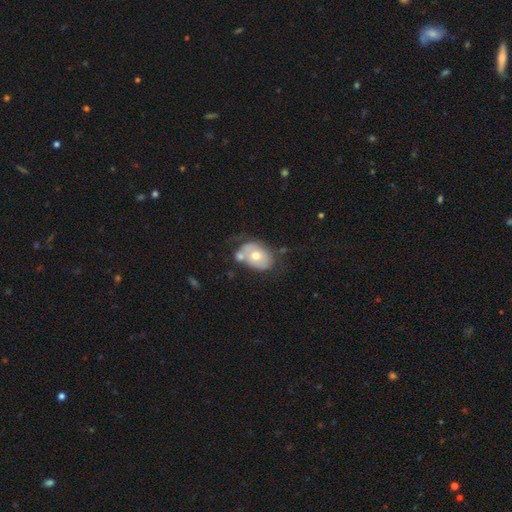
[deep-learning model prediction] Morphology: type=smooth (56%); roundness=in between (72%); merging=none (37%).